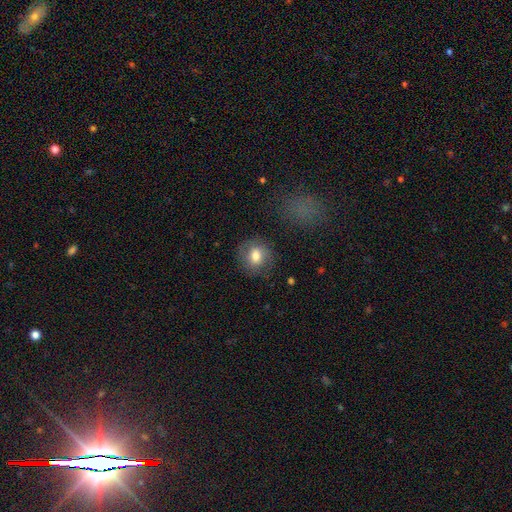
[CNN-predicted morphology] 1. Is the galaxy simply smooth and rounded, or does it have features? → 76% smooth, 15% featured or disk, 9% star or artifact.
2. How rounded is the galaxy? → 78% round, 21% in between, 1% cigar-shaped.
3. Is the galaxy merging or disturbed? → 82% none, 12% minor disturbance, 5% major disturbance, 2% merger.